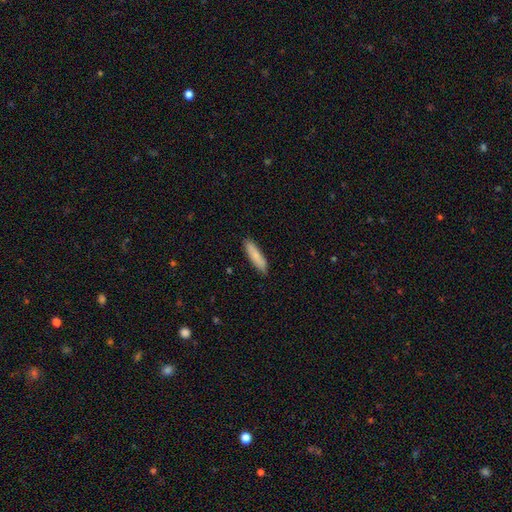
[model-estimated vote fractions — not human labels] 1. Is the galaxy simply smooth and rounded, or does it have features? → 82% smooth, 12% featured or disk, 6% star or artifact.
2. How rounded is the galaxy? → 76% cigar-shaped, 23% in between, 1% round.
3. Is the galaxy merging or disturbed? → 87% none, 10% minor disturbance, 2% major disturbance, 1% merger.